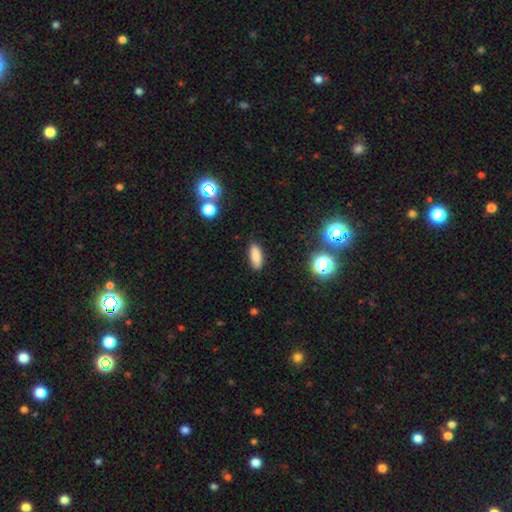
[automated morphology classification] Smooth or featured: smooth — 84% (star or artifact — 10%)
How rounded: in between — 71% (cigar-shaped — 26%)
Merging: none — 87% (minor disturbance — 10%)